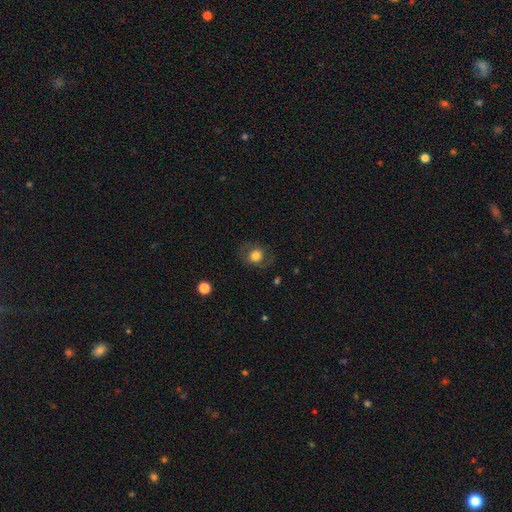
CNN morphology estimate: smooth 70%, featured or disk 21%, star or artifact 9%. Down the decision tree: how rounded — round (76%); merging — none (77%).